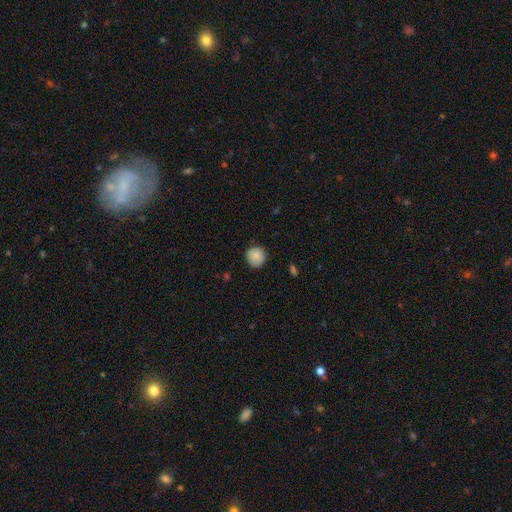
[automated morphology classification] Overall: smooth (84%). How rounded: round (92%). Merging: none (84%).